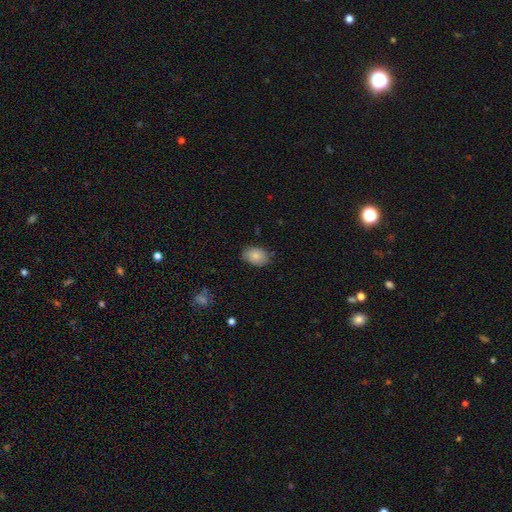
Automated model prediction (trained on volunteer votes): Smooth or featured: smooth — 78% (featured or disk — 14%)
How rounded: in between — 81% (round — 18%)
Merging: none — 76% (minor disturbance — 19%)